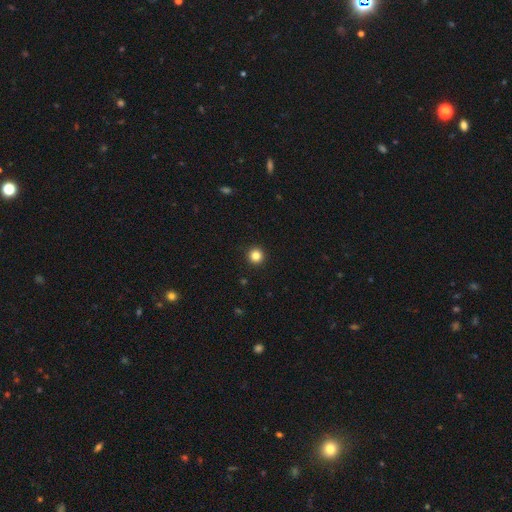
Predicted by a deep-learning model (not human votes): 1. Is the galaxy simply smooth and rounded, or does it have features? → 83% smooth, 12% star or artifact, 5% featured or disk.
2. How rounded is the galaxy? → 96% round, 3% in between, 1% cigar-shaped.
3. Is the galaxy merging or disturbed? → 94% none, 4% minor disturbance, 1% major disturbance, 1% merger.